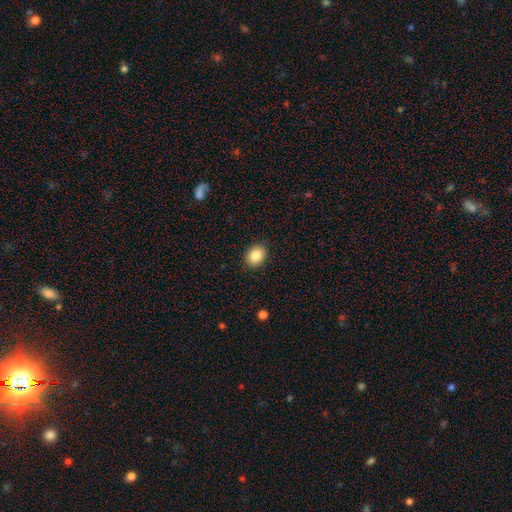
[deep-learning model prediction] This is clearly a smooth galaxy (85%). How rounded: possibly round (50%). Merging: clearly none (89%).